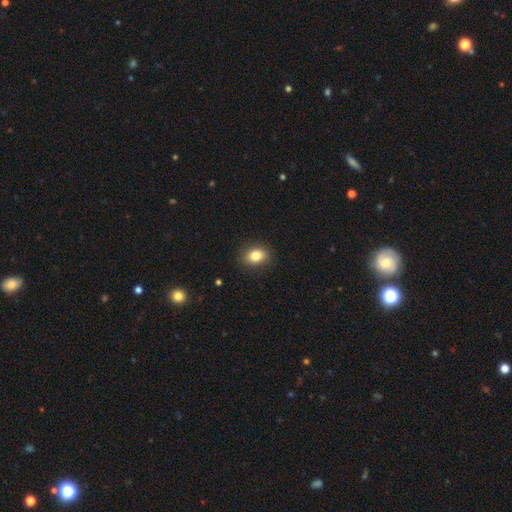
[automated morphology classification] The model was most divided on "how rounded": in between: 66%, round: 33%, cigar-shaped: 1%. More confident: merging — none (88%); smooth or featured — smooth (84%).